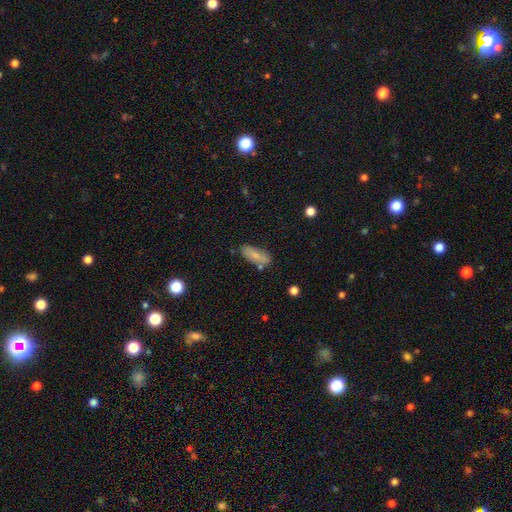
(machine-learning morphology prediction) Smooth or featured? smooth (73%)
How rounded? in between (73%)
Merging? none (71%)